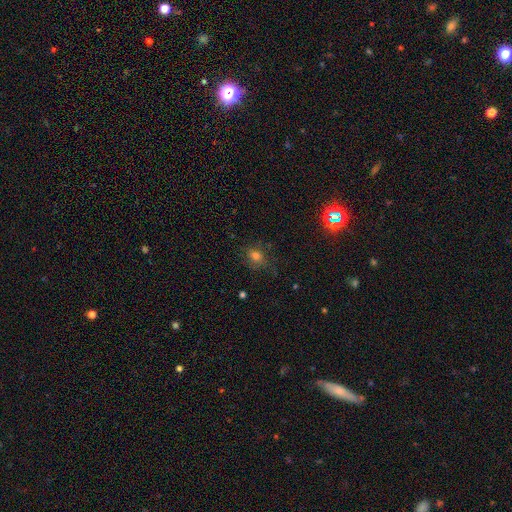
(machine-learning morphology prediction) This is likely a smooth galaxy (69%). How rounded: possibly round (53%). Merging: likely none (70%).